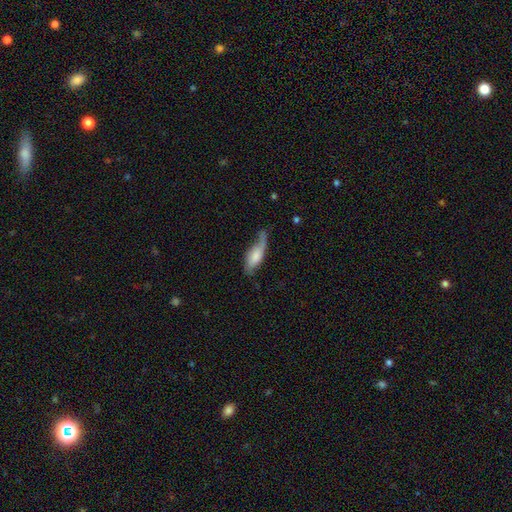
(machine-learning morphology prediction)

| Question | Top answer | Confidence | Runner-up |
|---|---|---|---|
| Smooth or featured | smooth | 52% | featured or disk (42%) |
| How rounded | in between | 62% | cigar-shaped (35%) |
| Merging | none | 39% | minor disturbance (36%) |